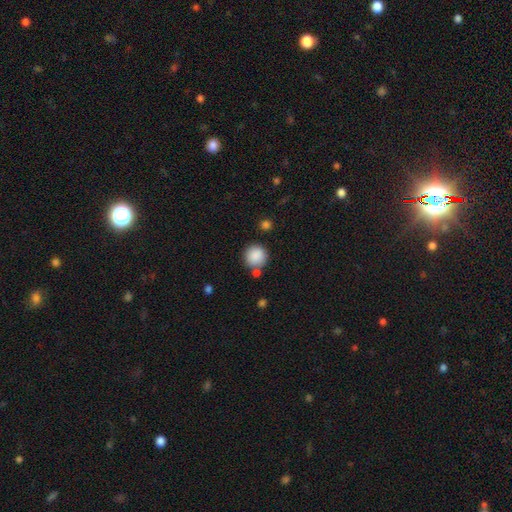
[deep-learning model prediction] smooth_or_featured: smooth (p=0.88) [alt: star or artifact p=0.08]
how_rounded: round (p=0.93) [alt: in between p=0.06]
merging: none (p=0.74) [alt: merger p=0.12]